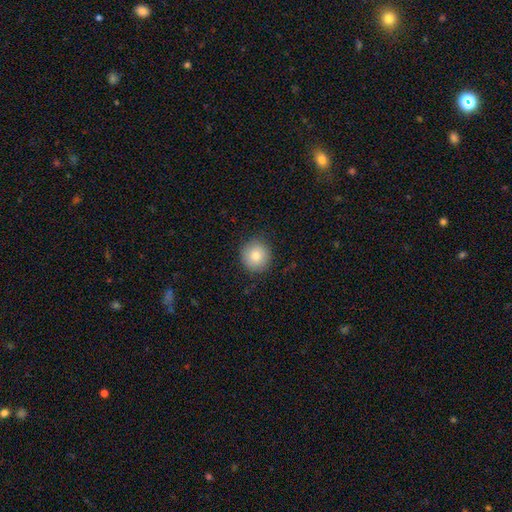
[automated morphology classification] The model was most divided on "smooth or featured": smooth: 80%, featured or disk: 11%, star or artifact: 9%. More confident: how rounded — round (92%); merging — none (87%).